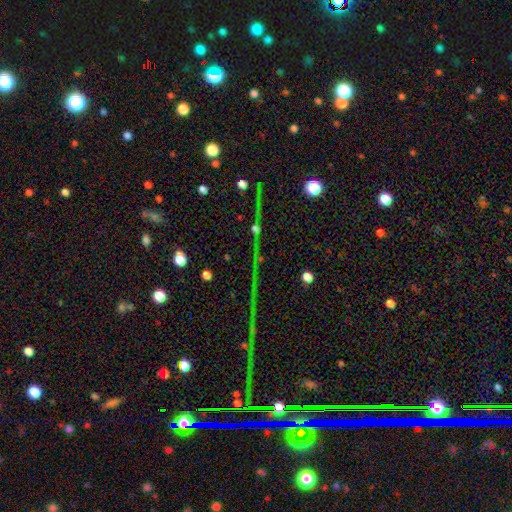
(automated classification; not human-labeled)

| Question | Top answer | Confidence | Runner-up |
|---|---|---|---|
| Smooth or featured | star or artifact | 77% | smooth (13%) |